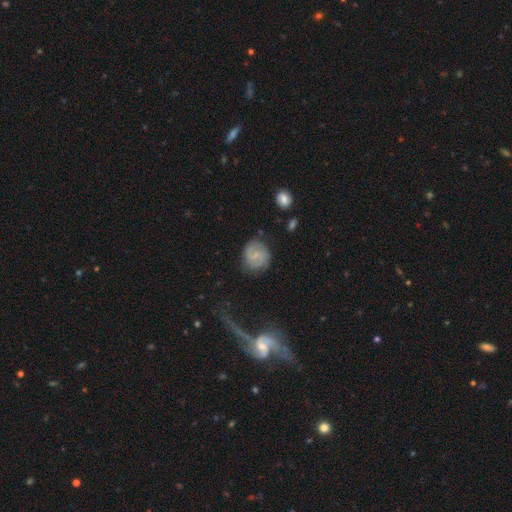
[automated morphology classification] Smooth or featured?
  - featured or disk: 55% *
  - smooth: 37%
  - star or artifact: 8%
Edge-on disk?
  - no: 98% *
  - yes: 2%
Bar?
  - weak: 52% *
  - no: 38%
  - strong: 10%
Spiral arms?
  - yes: 88% *
  - no: 12%
Bulge size?
  - small: 60% *
  - none: 23%
  - moderate: 15%
  - large: 1%
  - dominant: 1%
Merging?
  - none: 76% *
  - minor disturbance: 17%
  - major disturbance: 6%
  - merger: 2%